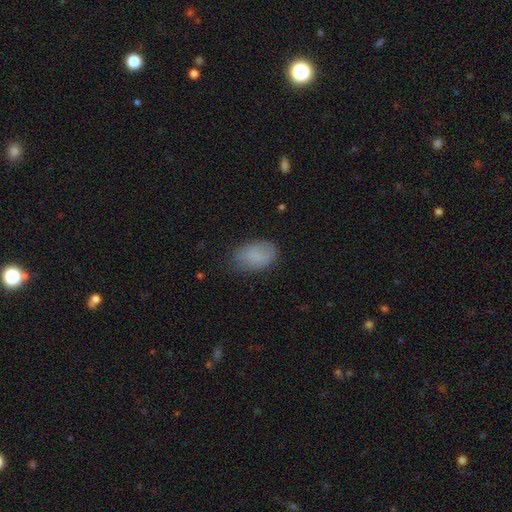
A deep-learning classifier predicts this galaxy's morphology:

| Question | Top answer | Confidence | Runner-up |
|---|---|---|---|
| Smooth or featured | smooth | 83% | featured or disk (9%) |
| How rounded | in between | 91% | round (8%) |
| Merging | none | 68% | minor disturbance (25%) |